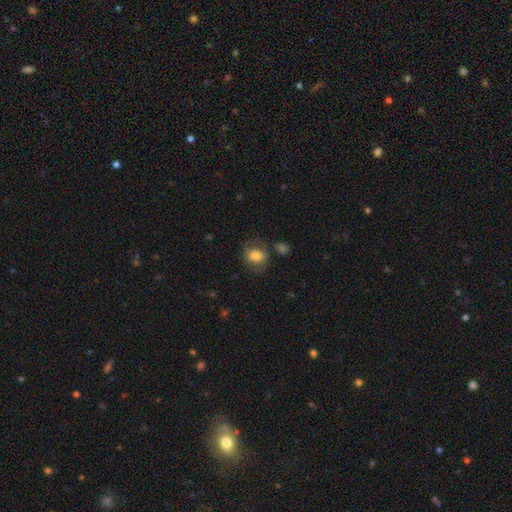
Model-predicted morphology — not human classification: smooth-or-featured: smooth: 72% | featured or disk: 20% | star or artifact: 9%
  how-rounded: round: 56% | in between: 43% | cigar-shaped: 1%
  merging: none: 69% | minor disturbance: 18% | major disturbance: 8% | merger: 5%